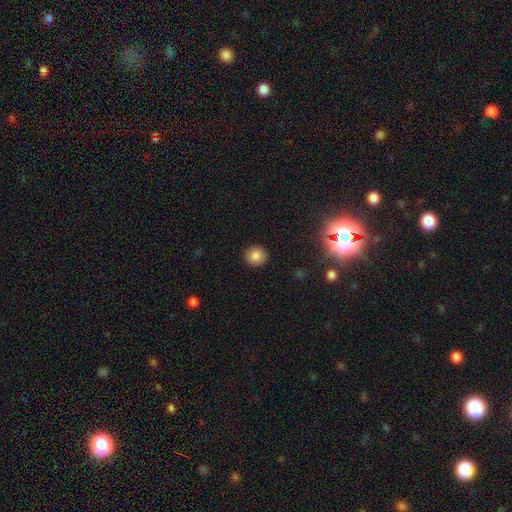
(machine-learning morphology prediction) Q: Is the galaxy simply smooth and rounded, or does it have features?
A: smooth — 83%.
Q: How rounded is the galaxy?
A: round — 90%.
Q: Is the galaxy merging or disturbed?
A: none — 92%.